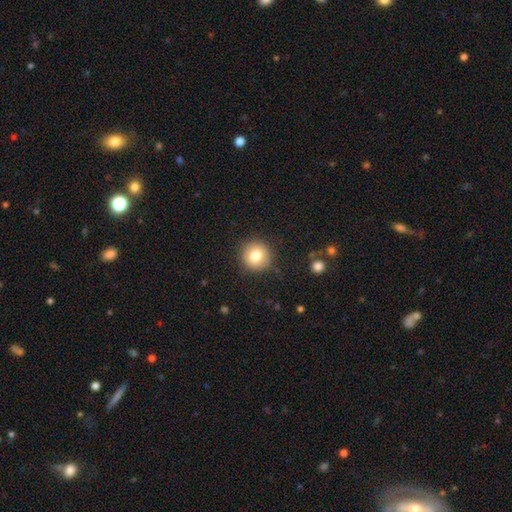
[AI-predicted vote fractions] The model was most divided on "smooth or featured": smooth: 79%, featured or disk: 11%, star or artifact: 10%. More confident: how rounded — round (95%); merging — none (88%).